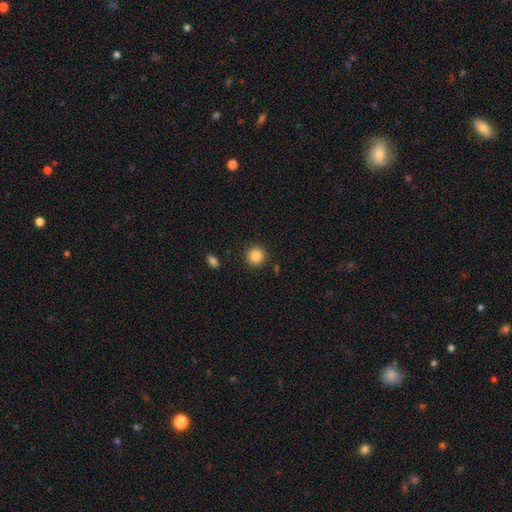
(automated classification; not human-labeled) smooth 87%, star or artifact 9%, featured or disk 4%. Down the decision tree: how rounded — round (93%); merging — none (91%).